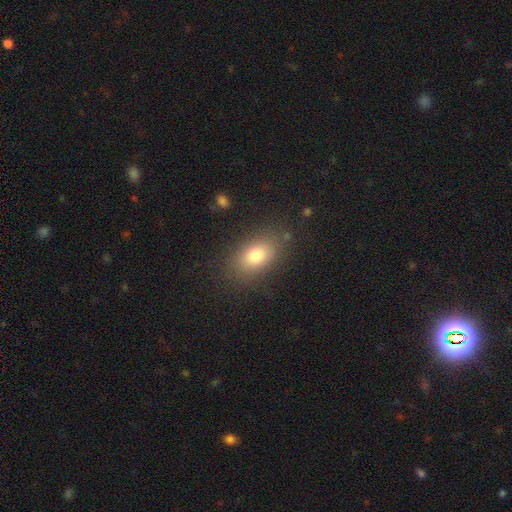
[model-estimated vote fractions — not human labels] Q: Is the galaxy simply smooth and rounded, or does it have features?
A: smooth — 78%.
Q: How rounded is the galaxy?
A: in between — 84%.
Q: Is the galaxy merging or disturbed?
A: none — 82%.